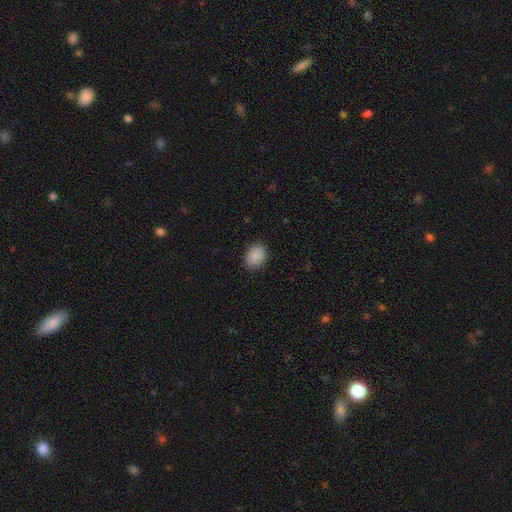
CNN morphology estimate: A smooth galaxy with no disk features (90%) that is in between round and cigar-shaped (64%).

Vote fractions:
- Smooth or featured? smooth: 90% / star or artifact: 7% / featured or disk: 3%
- How rounded? in between: 64% / round: 35% / cigar-shaped: 1%
- Merging? none: 88% / minor disturbance: 9% / major disturbance: 2% / merger: 1%